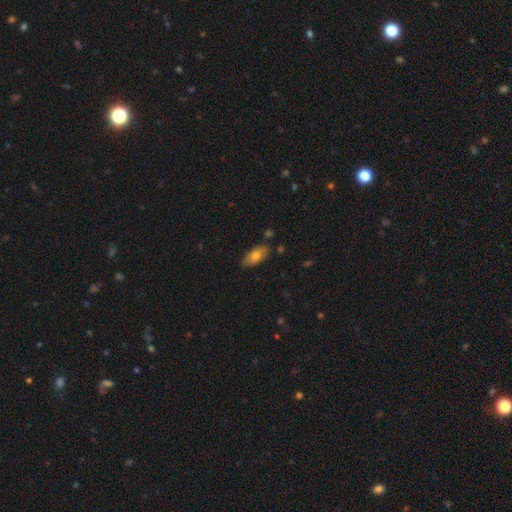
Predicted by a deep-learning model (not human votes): A smooth galaxy with no disk features (70%) that is in between round and cigar-shaped (89%).

Vote fractions:
- Smooth or featured? smooth: 70% / featured or disk: 23% / star or artifact: 7%
- How rounded? in between: 89% / cigar-shaped: 7% / round: 4%
- Merging? none: 79% / minor disturbance: 15% / merger: 3% / major disturbance: 3%